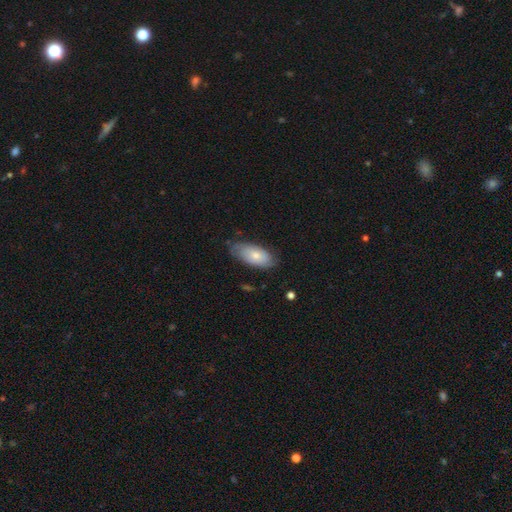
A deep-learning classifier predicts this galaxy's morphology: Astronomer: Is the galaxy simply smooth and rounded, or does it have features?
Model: smooth — 64%.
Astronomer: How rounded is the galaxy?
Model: in between — 91%.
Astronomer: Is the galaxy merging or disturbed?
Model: none — 67%.